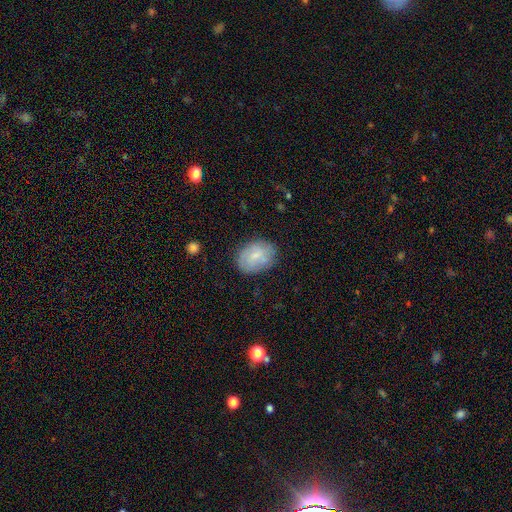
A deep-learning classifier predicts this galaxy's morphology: smooth_or_featured: smooth (p=0.65) [alt: featured or disk p=0.27]
how_rounded: in between (p=0.73) [alt: round p=0.26]
merging: none (p=0.76) [alt: minor disturbance p=0.18]